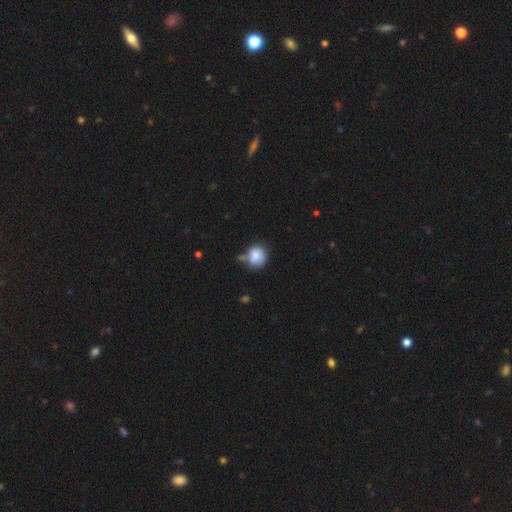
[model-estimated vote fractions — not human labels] A smooth galaxy with no disk features (85%) that is round (80%). Merging: none (53%).